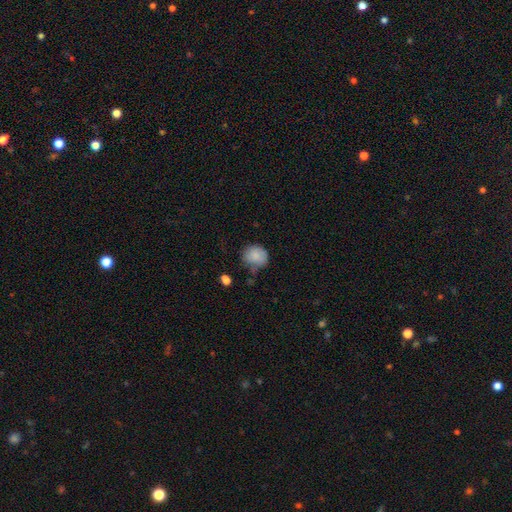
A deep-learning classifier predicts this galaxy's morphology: The model was most divided on "merging": none: 59%, minor disturbance: 29%, major disturbance: 8%, merger: 4%. More confident: smooth or featured — smooth (85%); how rounded — round (75%).